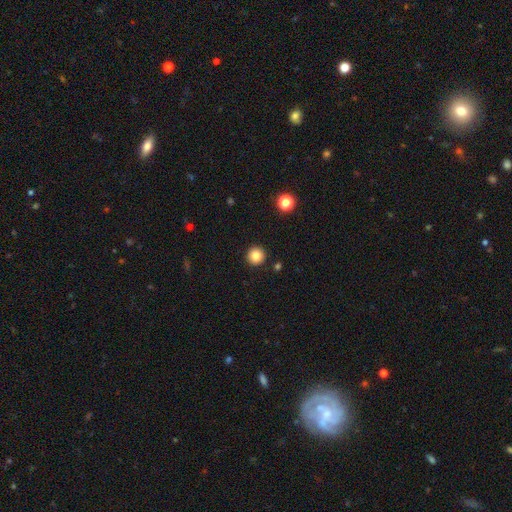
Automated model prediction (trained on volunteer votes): Overall: smooth (84%). How rounded: round (96%). Merging: none (93%).